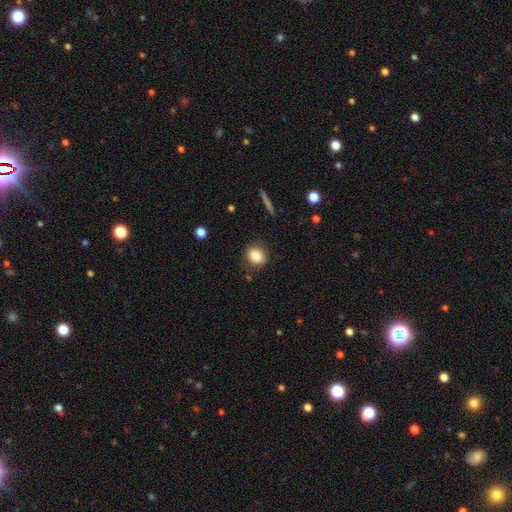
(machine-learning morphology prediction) This is clearly a smooth galaxy (84%). How rounded: likely round (73%). Merging: clearly none (84%).